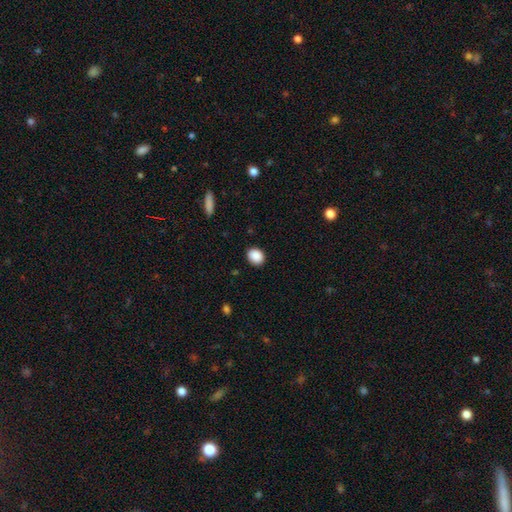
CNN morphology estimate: This is clearly a smooth galaxy (89%). How rounded: possibly round (59%). Merging: clearly none (89%).